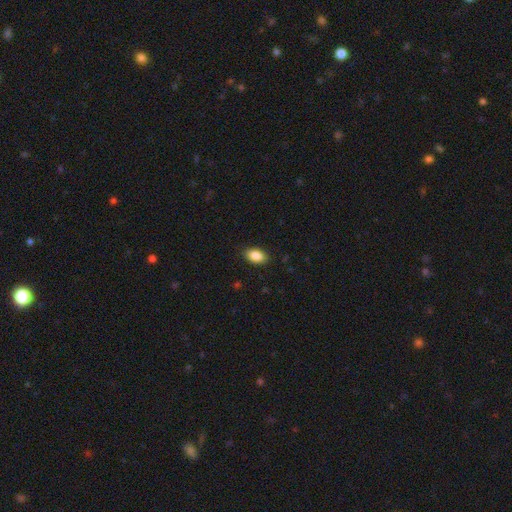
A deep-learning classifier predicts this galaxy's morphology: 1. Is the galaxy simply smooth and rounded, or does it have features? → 88% smooth, 7% star or artifact, 4% featured or disk.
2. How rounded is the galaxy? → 91% in between, 7% round, 2% cigar-shaped.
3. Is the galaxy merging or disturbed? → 87% none, 9% minor disturbance, 2% major disturbance, 1% merger.